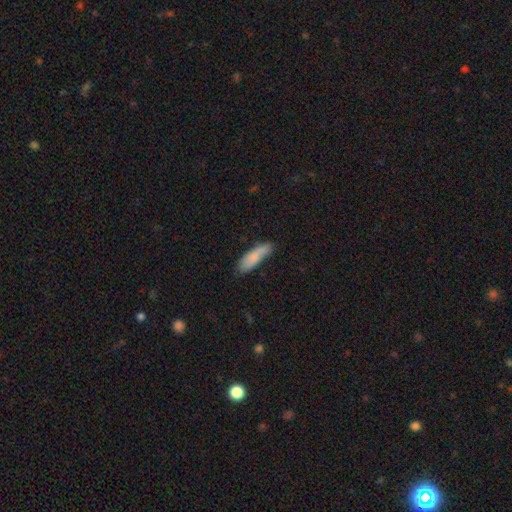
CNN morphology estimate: This is clearly a smooth galaxy (81%). How rounded: possibly cigar-shaped (51%). Merging: likely none (63%).